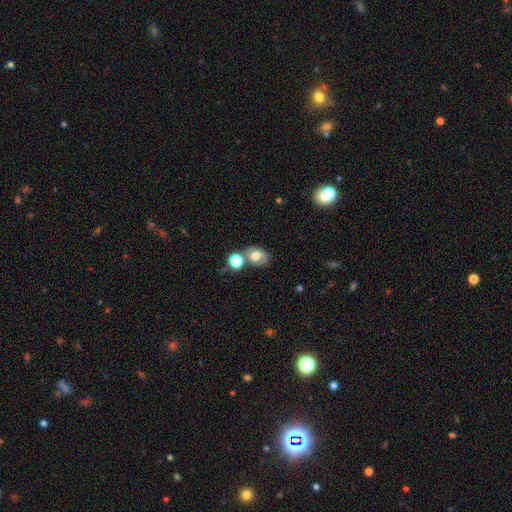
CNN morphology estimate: Smooth or featured? smooth (64%)
How rounded? in between (60%)
Merging? none (57%)